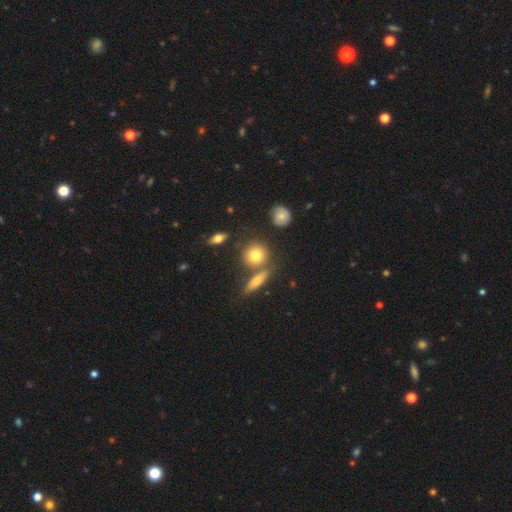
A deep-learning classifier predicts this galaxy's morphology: A smooth galaxy with no disk features (74%) that is round (81%). Merging: none (68%).